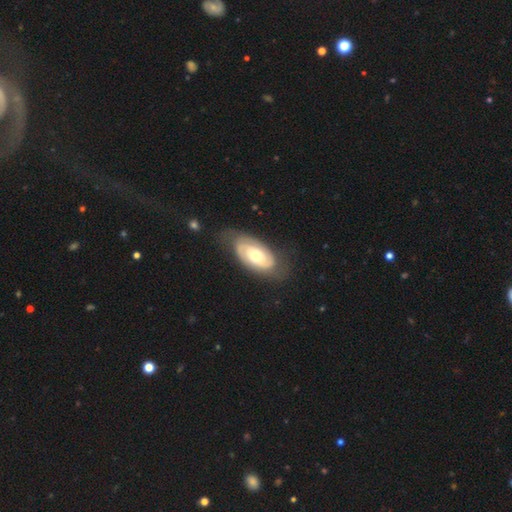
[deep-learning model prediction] featured or disk 68%, smooth 27%, star or artifact 5%. Down the decision tree: edge-on disk — no (93%); bar — no (71%); spiral arms — yes (78%); bulge size — moderate (68%); merging — none (71%).